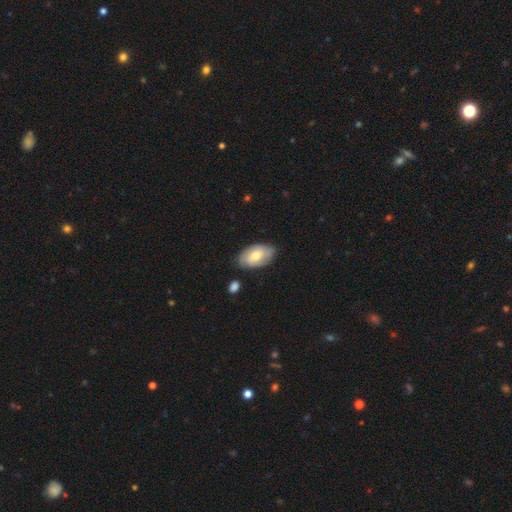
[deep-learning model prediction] Overall: smooth (48%; featured or disk 46%). Merging: none (74%).